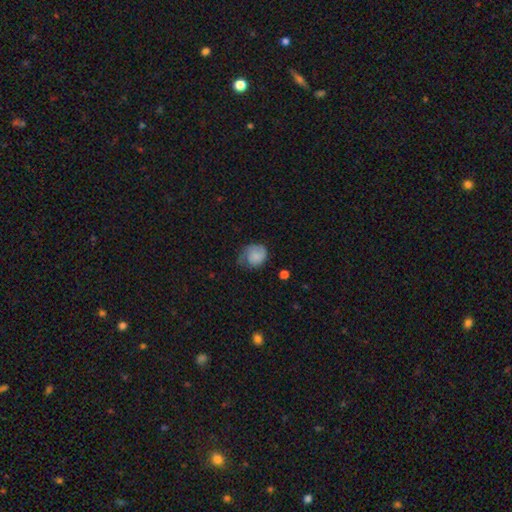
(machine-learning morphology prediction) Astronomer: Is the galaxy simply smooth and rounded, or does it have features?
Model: smooth — 69%.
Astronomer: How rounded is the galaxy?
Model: round — 65%.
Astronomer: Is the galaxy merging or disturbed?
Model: none — 41% (runner-up: minor disturbance, 37%).